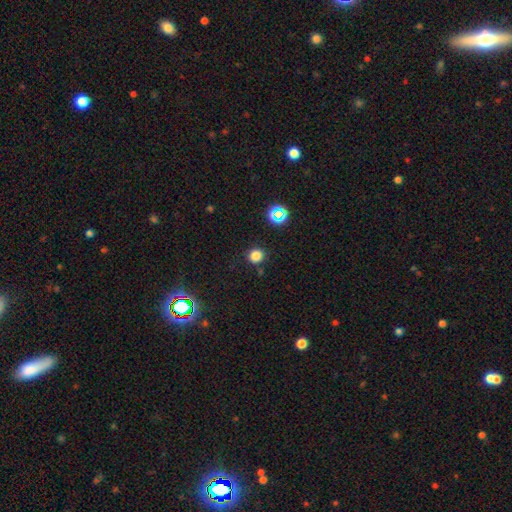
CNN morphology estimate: smooth-or-featured: smooth: 78% | star or artifact: 17% | featured or disk: 5%
  how-rounded: round: 89% | in between: 10% | cigar-shaped: 1%
  merging: none: 84% | minor disturbance: 9% | major disturbance: 3% | merger: 3%